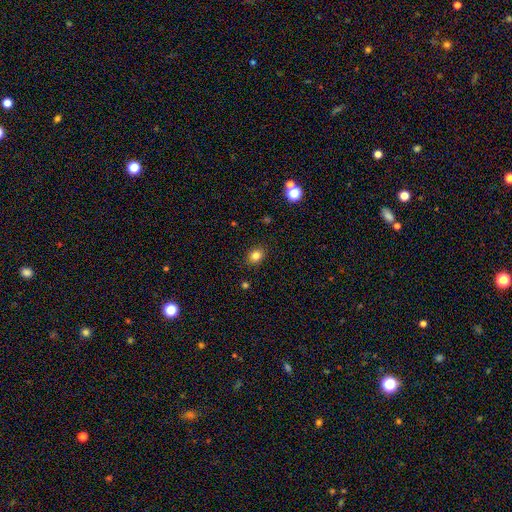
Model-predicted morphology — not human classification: The model was most divided on "how rounded": round: 54%, in between: 45%, cigar-shaped: 1%. More confident: merging — none (88%); smooth or featured — smooth (83%).